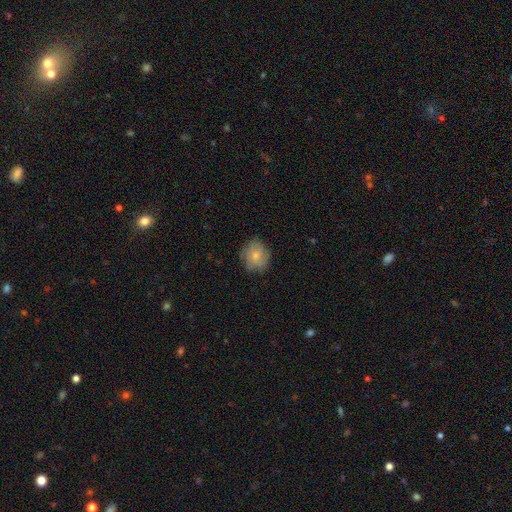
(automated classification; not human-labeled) A smooth galaxy with no disk features (65%) that is round (78%).

Vote fractions:
- Smooth or featured? smooth: 65% / featured or disk: 27% / star or artifact: 7%
- How rounded? round: 78% / in between: 21% / cigar-shaped: 1%
- Merging? none: 76% / minor disturbance: 18% / major disturbance: 5% / merger: 1%